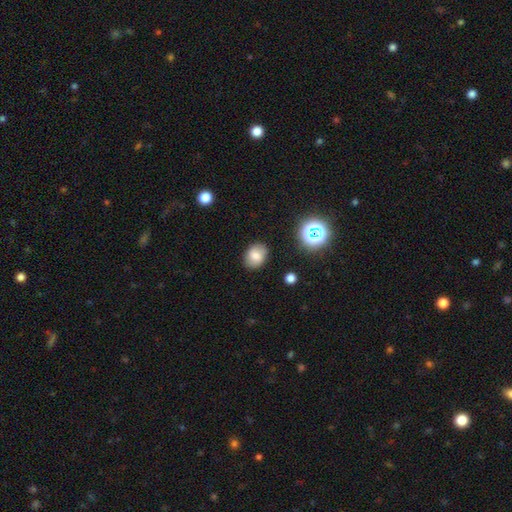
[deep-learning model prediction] A smooth galaxy with no disk features (76%) that is in between round and cigar-shaped (66%).

Vote fractions:
- Smooth or featured? smooth: 76% / featured or disk: 13% / star or artifact: 11%
- How rounded? in between: 66% / round: 32% / cigar-shaped: 1%
- Merging? none: 85% / minor disturbance: 11% / major disturbance: 3% / merger: 2%